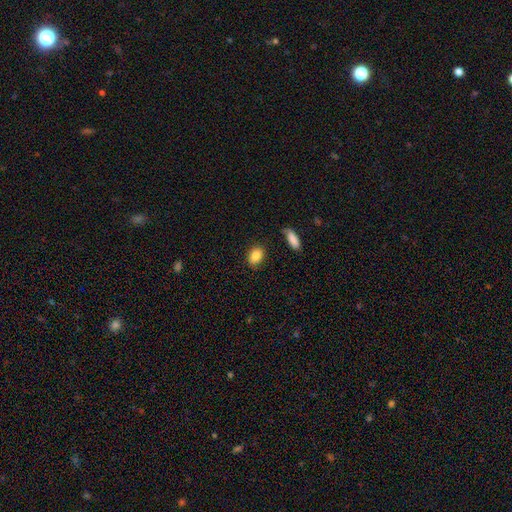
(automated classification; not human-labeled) This is clearly a smooth galaxy (85%). How rounded: likely in between (75%). Merging: clearly none (84%).